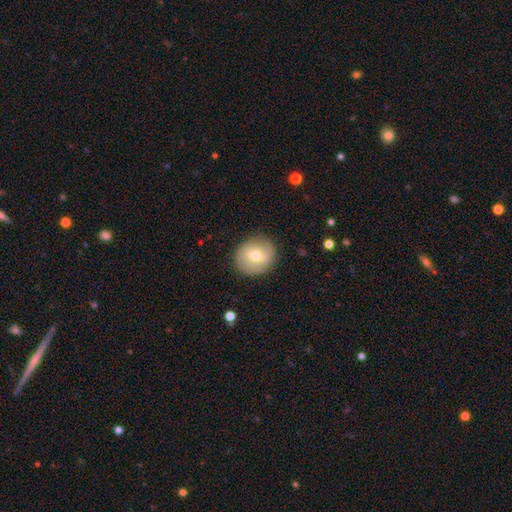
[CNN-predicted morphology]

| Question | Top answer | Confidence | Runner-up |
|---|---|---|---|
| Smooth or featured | smooth | 63% | featured or disk (30%) |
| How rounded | round | 86% | in between (13%) |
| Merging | none | 86% | minor disturbance (10%) |